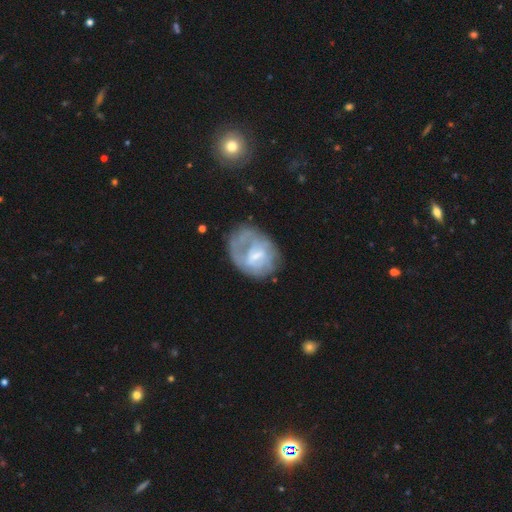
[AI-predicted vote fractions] Q: Smooth or featured?
A: featured or disk (60%); runner-up: smooth (32%)
Q: Edge-on disk?
A: no (97%); runner-up: yes (3%)
Q: Bar?
A: weak (49%); runner-up: no (27%)
Q: Spiral arms?
A: no (57%); runner-up: yes (43%)
Q: Bulge size?
A: small (35%); runner-up: moderate (34%)
Q: Merging?
A: none (40%); runner-up: major disturbance (31%)